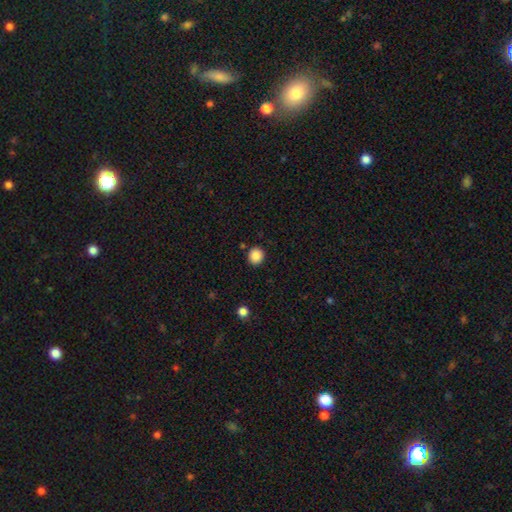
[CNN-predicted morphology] This is clearly a smooth galaxy (88%). How rounded: clearly round (89%). Merging: clearly none (90%).